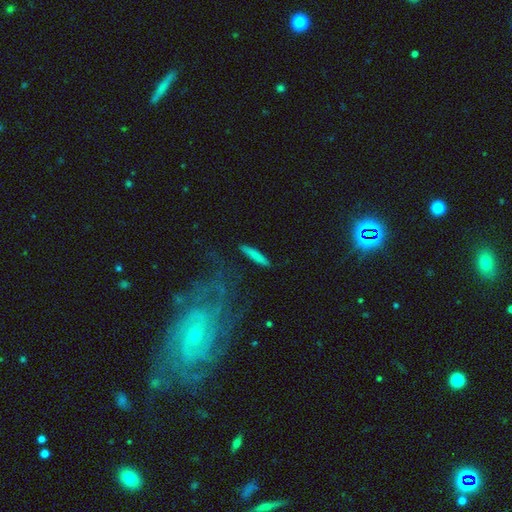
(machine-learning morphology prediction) Overall: smooth (79%). How rounded: cigar-shaped (90%). Merging: none (87%).